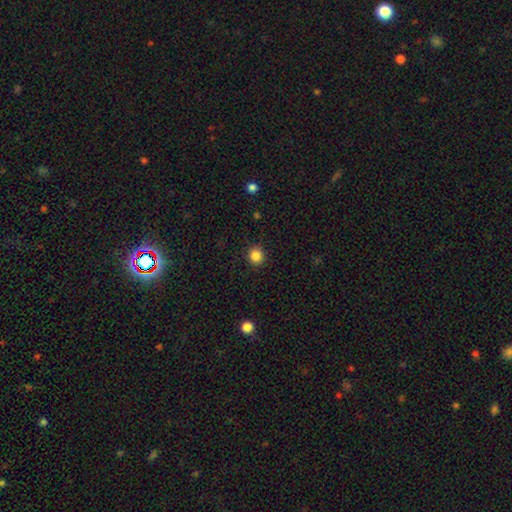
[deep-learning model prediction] smooth-or-featured: smooth: 86% | star or artifact: 11% | featured or disk: 3%
  how-rounded: round: 89% | in between: 10% | cigar-shaped: 1%
  merging: none: 90% | minor disturbance: 7% | major disturbance: 2% | merger: 1%